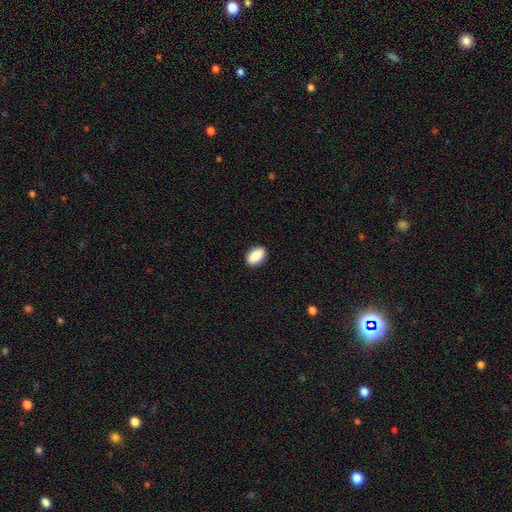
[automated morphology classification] smooth 89%, star or artifact 7%, featured or disk 5%. Down the decision tree: how rounded — in between (90%); merging — none (89%).